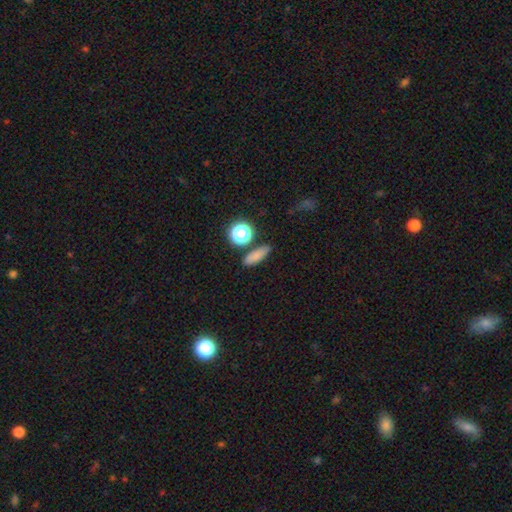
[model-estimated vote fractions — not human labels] smooth-or-featured: smooth: 77% | star or artifact: 14% | featured or disk: 8%
  how-rounded: in between: 45% | cigar-shaped: 36% | round: 19%
  merging: none: 79% | minor disturbance: 11% | merger: 6% | major disturbance: 3%